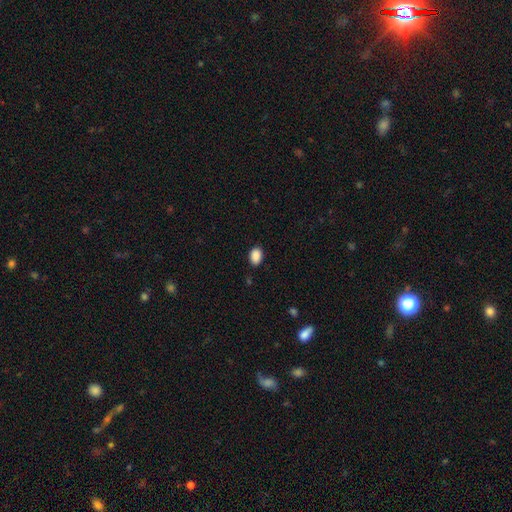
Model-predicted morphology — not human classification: A smooth galaxy with no disk features (89%) that is in between round and cigar-shaped (81%).

Vote fractions:
- Smooth or featured? smooth: 89% / star or artifact: 8% / featured or disk: 3%
- How rounded? in between: 81% / round: 18% / cigar-shaped: 1%
- Merging? none: 85% / minor disturbance: 11% / major disturbance: 2% / merger: 1%